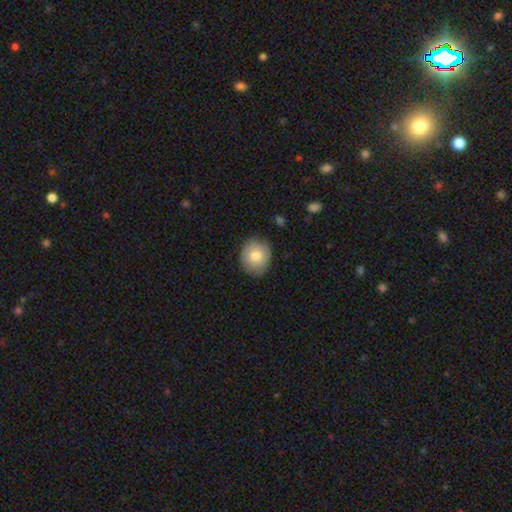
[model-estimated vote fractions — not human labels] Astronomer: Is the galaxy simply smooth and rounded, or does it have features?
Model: smooth — 78%.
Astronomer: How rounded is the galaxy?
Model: round — 74%.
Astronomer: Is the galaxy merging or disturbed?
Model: none — 85%.